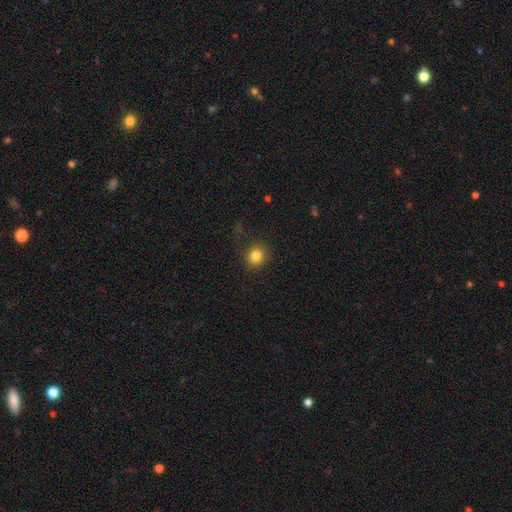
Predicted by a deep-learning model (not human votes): Smooth or featured? smooth (82%)
How rounded? round (84%)
Merging? none (83%)